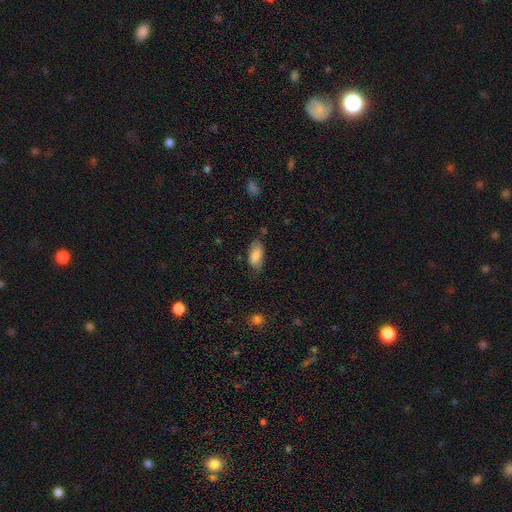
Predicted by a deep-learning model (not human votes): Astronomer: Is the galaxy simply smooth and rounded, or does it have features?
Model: smooth — 82%.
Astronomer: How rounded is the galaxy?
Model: in between — 86%.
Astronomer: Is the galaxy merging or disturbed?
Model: none — 66%.